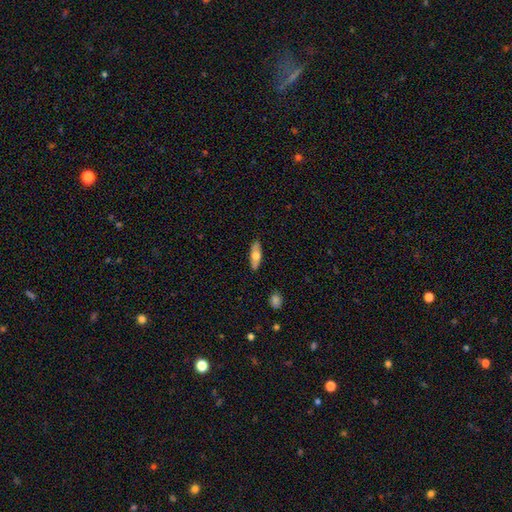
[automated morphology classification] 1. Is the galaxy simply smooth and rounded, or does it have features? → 64% smooth, 30% featured or disk, 6% star or artifact.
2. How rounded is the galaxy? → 61% in between, 36% cigar-shaped, 3% round.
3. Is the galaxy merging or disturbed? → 88% none, 9% minor disturbance, 2% major disturbance, 1% merger.